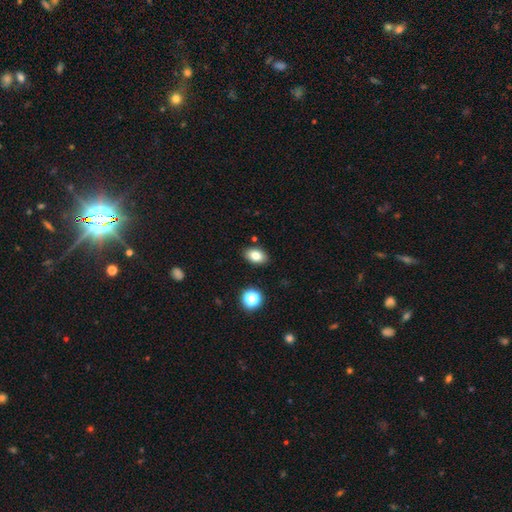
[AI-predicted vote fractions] A smooth galaxy with no disk features (81%) that is in between round and cigar-shaped (85%). Merging: none (86%).